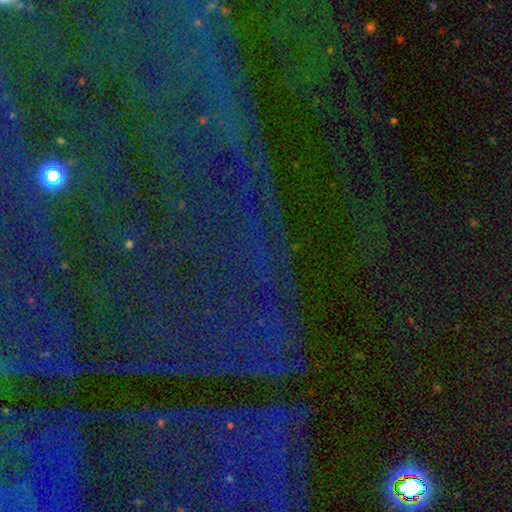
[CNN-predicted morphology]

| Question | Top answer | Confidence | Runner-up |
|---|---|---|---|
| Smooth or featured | star or artifact | 83% | smooth (9%) |